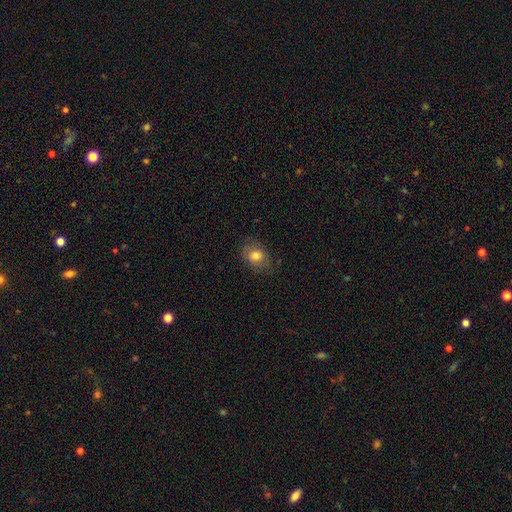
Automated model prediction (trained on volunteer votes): smooth 76%, featured or disk 14%, star or artifact 9%. Down the decision tree: how rounded — in between (58%); merging — none (73%).